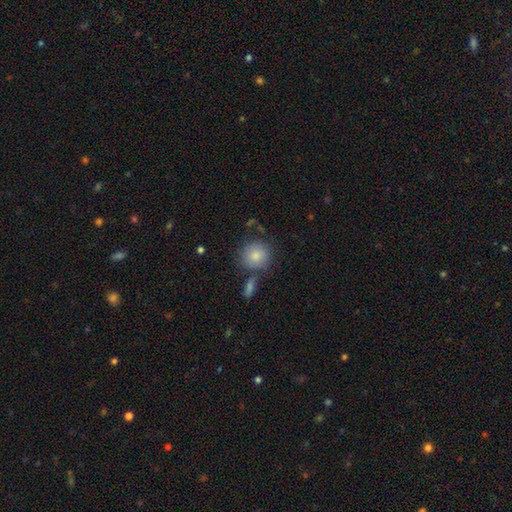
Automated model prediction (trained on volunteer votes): Smooth or featured? Predicted: smooth (p=0.84). How rounded? Predicted: round (p=0.89). Merging? Predicted: none (p=0.70).